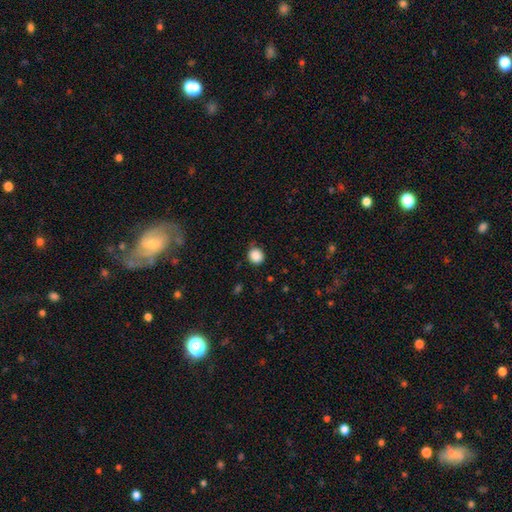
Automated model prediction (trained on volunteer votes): Q: Smooth or featured?
A: smooth (87%); runner-up: star or artifact (9%)
Q: How rounded?
A: round (84%); runner-up: in between (15%)
Q: Merging?
A: none (80%); runner-up: minor disturbance (15%)